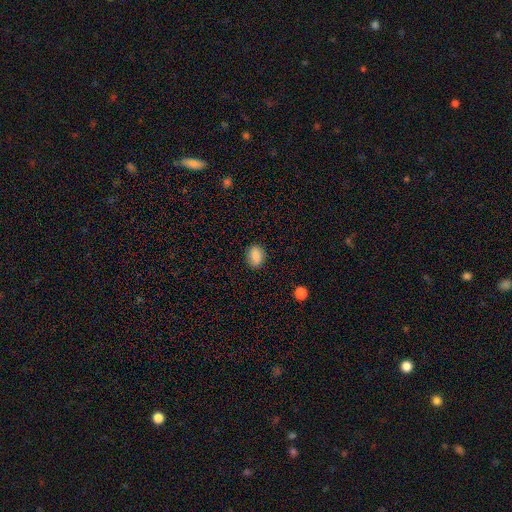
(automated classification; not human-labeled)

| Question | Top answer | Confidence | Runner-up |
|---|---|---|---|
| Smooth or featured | smooth | 85% | star or artifact (9%) |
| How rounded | in between | 60% | round (38%) |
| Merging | none | 85% | minor disturbance (11%) |